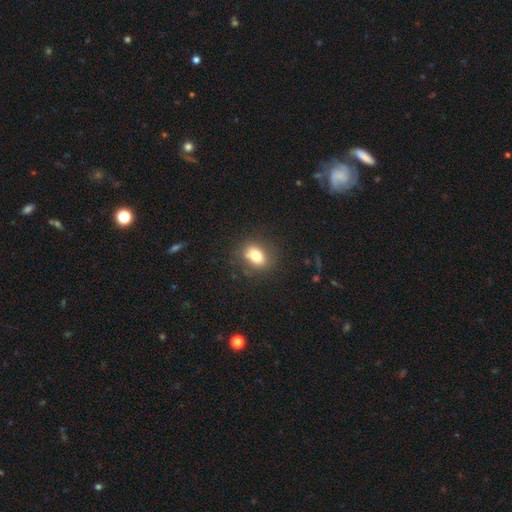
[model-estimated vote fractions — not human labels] A smooth galaxy with no disk features (77%) that is in between round and cigar-shaped (70%). Merging: none (79%).